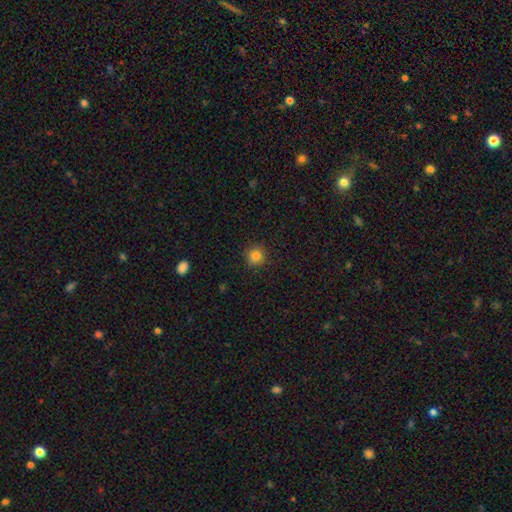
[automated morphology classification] This is clearly a smooth galaxy (84%). How rounded: clearly round (93%). Merging: clearly none (89%).